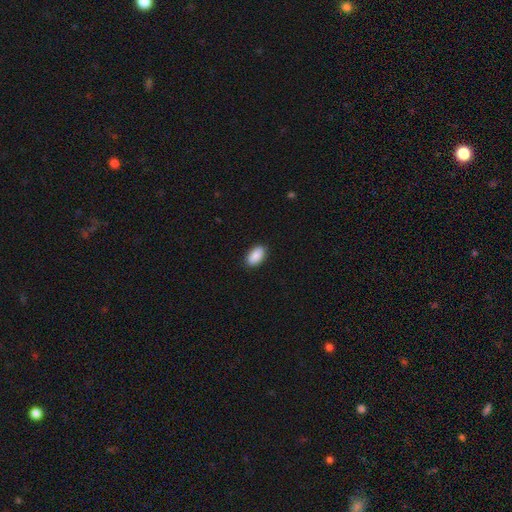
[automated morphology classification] Overall: smooth (89%). How rounded: in between (94%). Merging: none (89%).